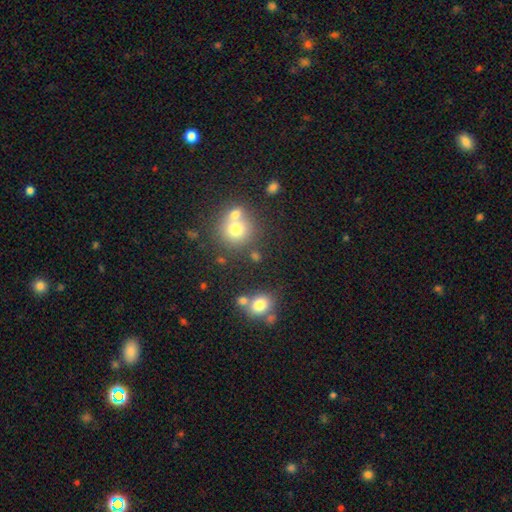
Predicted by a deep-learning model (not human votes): Overall: smooth (70%). How rounded: round (81%). Merging: none (57%; merger 29%).